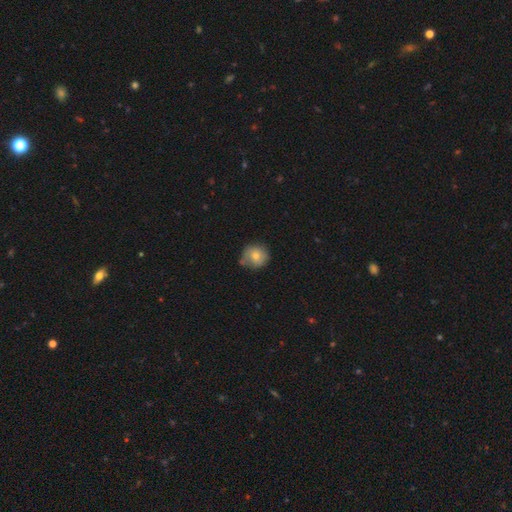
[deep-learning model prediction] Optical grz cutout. It shows a smooth galaxy with no disk features (70%) that is round (87%). Merging: none (65%).